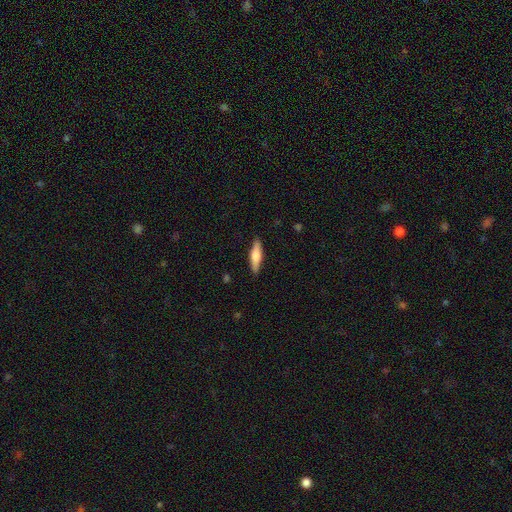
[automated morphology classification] A smooth galaxy with no disk features (60%) that is cigar-shaped (72%).

Vote fractions:
- Smooth or featured? smooth: 60% / featured or disk: 35% / star or artifact: 6%
- How rounded? cigar-shaped: 72% / in between: 26% / round: 2%
- Merging? none: 88% / minor disturbance: 9% / major disturbance: 2% / merger: 1%